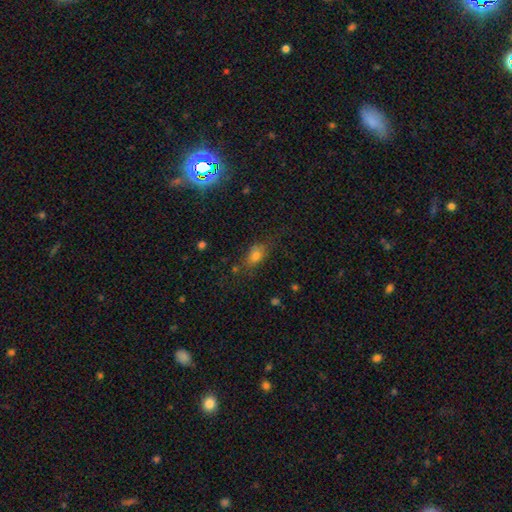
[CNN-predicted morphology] smooth-or-featured: smooth: 71% | star or artifact: 16% | featured or disk: 13%
  how-rounded: in between: 69% | round: 24% | cigar-shaped: 7%
  merging: none: 69% | minor disturbance: 20% | major disturbance: 8% | merger: 3%